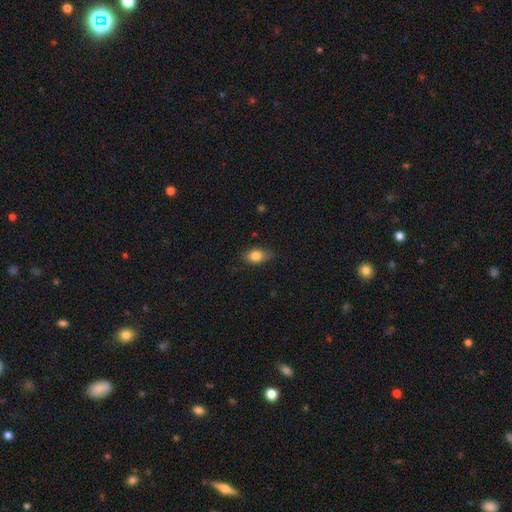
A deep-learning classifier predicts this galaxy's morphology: This appears to be a smooth galaxy with no disk features (82%) that is in between round and cigar-shaped (80%). Merging: none (74%).